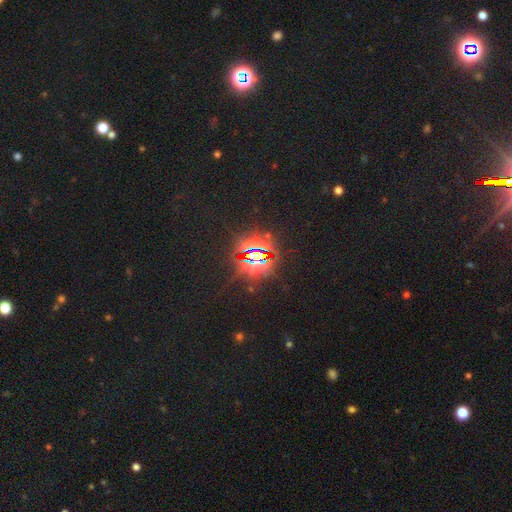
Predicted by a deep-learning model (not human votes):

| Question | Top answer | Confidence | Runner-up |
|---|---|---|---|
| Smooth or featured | star or artifact | 84% | smooth (8%) |